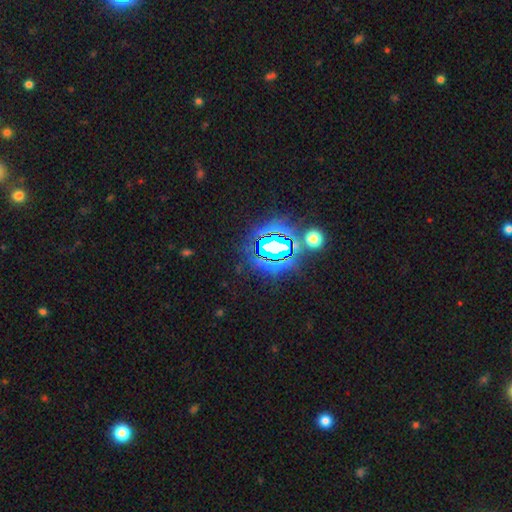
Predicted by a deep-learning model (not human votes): smooth_or_featured: star or artifact (p=0.84) [alt: smooth p=0.10]